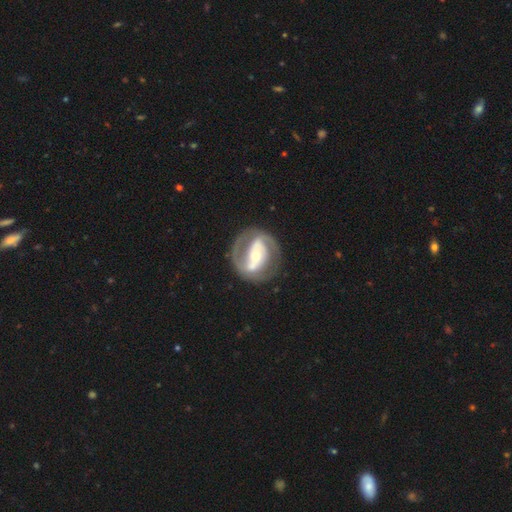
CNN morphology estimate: featured or disk 83%, smooth 12%, star or artifact 5%. Down the decision tree: edge-on disk — no (96%); bar — strong (51%); spiral arms — yes (85%); spiral arm count — 2 (85%); spiral winding — medium (44%); bulge size — moderate (51%); merging — none (76%).